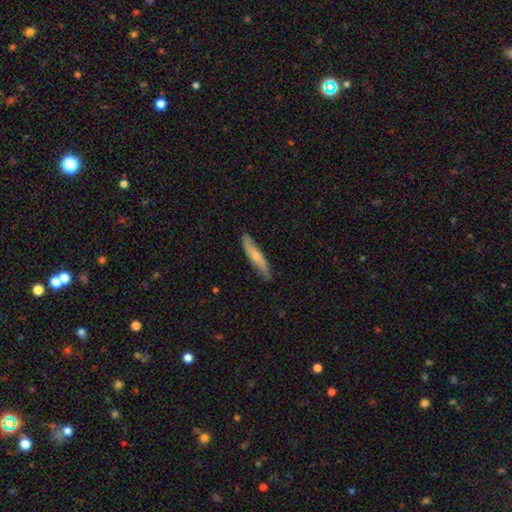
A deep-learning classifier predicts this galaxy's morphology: Smooth or featured? smooth (56%)
How rounded? cigar-shaped (87%)
Merging? none (83%)